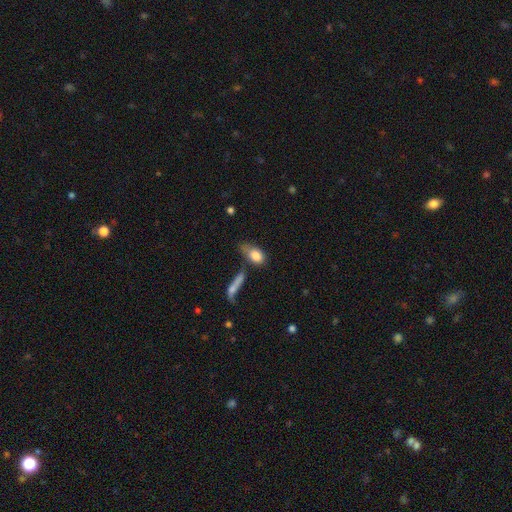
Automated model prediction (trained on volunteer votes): Smooth or featured: smooth — 79% (featured or disk — 13%)
How rounded: in between — 81% (round — 13%)
Merging: none — 34% (minor disturbance — 25%)